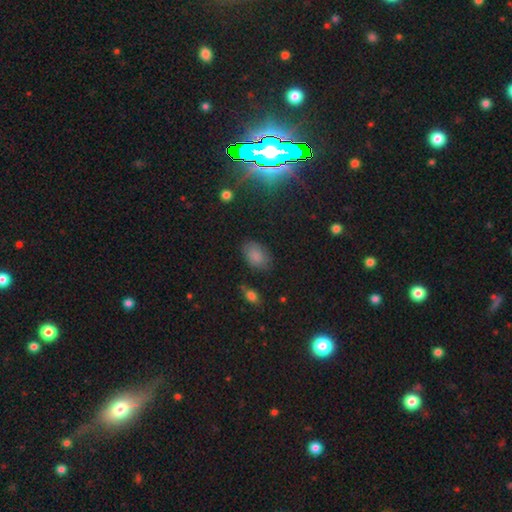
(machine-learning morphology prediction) smooth_or_featured: smooth (p=0.83) [alt: star or artifact p=0.11]
how_rounded: in between (p=0.88) [alt: round p=0.11]
merging: none (p=0.77) [alt: minor disturbance p=0.16]